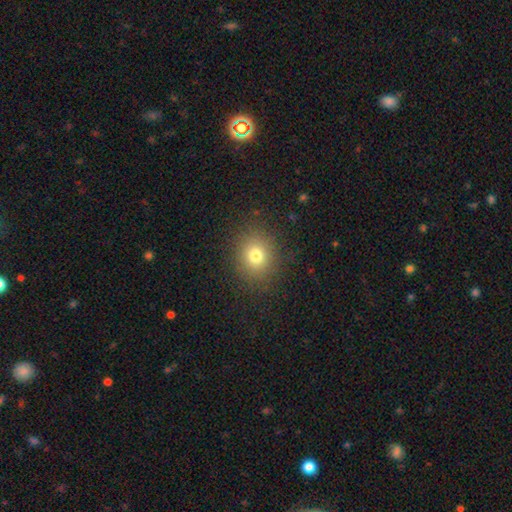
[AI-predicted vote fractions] Overall: smooth (76%). How rounded: round (74%). Merging: none (88%).